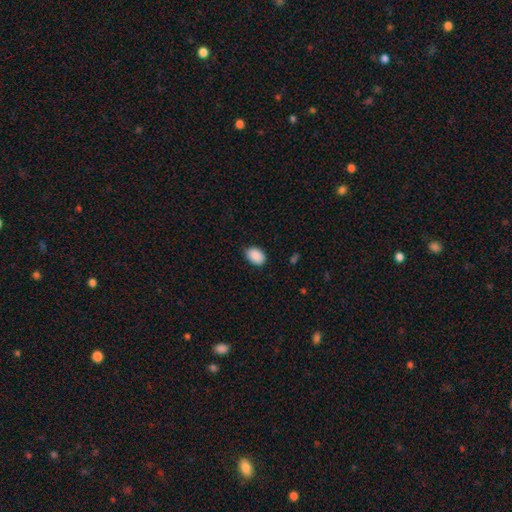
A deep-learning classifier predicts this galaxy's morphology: smooth_or_featured: smooth (p=0.90) [alt: star or artifact p=0.07]
how_rounded: in between (p=0.84) [alt: round p=0.15]
merging: none (p=0.85) [alt: minor disturbance p=0.12]